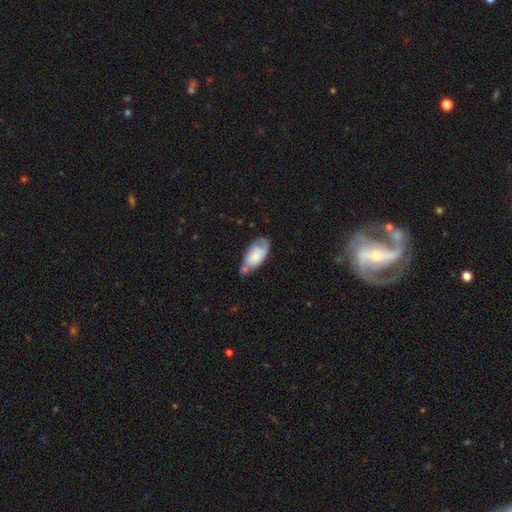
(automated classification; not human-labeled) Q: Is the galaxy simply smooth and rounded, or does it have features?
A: smooth — 59%.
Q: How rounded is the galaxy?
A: in between — 92%.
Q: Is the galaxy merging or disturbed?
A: none — 37%.